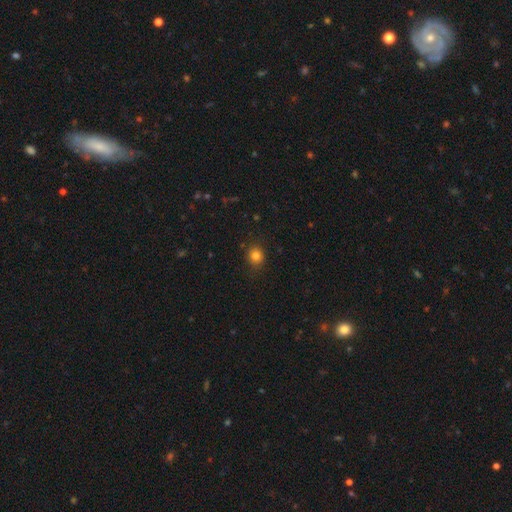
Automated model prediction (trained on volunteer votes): A smooth galaxy with no disk features (81%) that is round (81%).

Vote fractions:
- Smooth or featured? smooth: 81% / star or artifact: 13% / featured or disk: 6%
- How rounded? round: 81% / in between: 18% / cigar-shaped: 1%
- Merging? none: 86% / minor disturbance: 10% / major disturbance: 3% / merger: 1%